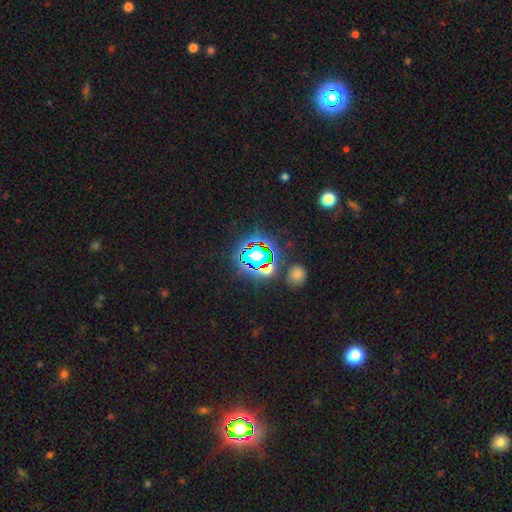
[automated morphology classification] type=star or artifact (69%).